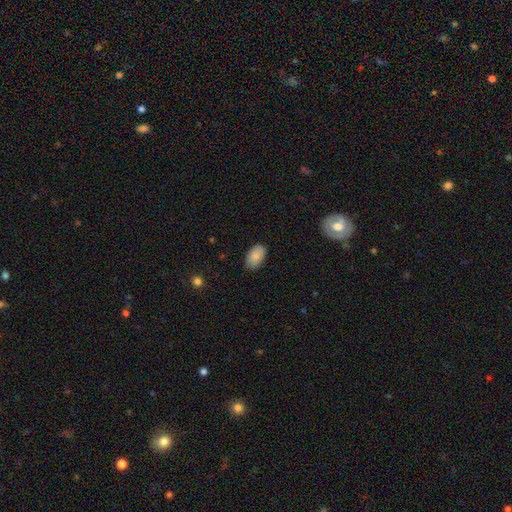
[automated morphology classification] Smooth or featured? Predicted: smooth (p=0.88). How rounded? Predicted: in between (p=0.94). Merging? Predicted: none (p=0.83).